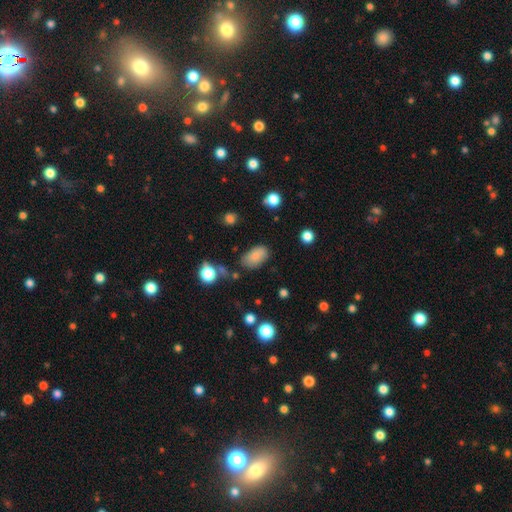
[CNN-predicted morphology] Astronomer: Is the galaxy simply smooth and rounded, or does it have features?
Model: smooth — 80%.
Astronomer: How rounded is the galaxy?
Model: in between — 92%.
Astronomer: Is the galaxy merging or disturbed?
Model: none — 70%.